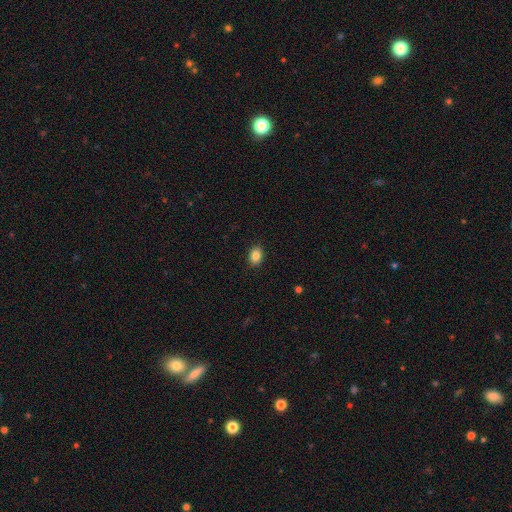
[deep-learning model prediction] Overall: smooth (86%). How rounded: in between (73%). Merging: none (90%).